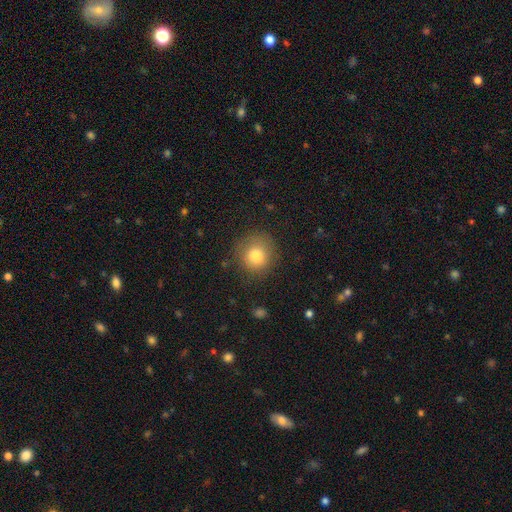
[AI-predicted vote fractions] This is clearly a smooth galaxy (81%). How rounded: clearly round (89%). Merging: clearly none (82%).